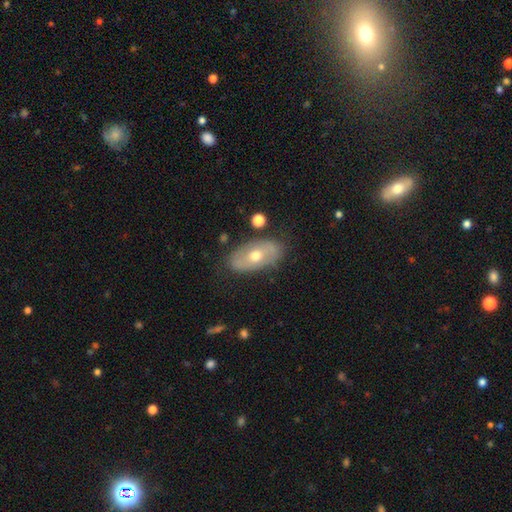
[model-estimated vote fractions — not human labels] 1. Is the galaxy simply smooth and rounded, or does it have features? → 48% featured or disk, 45% smooth, 7% star or artifact.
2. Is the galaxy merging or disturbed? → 79% none, 15% minor disturbance, 4% major disturbance, 2% merger.